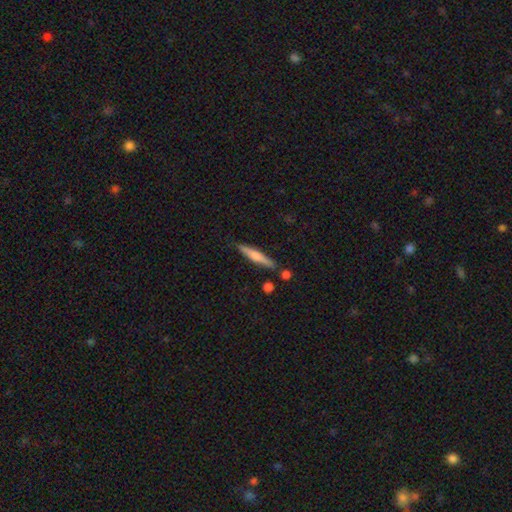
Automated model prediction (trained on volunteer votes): smooth-or-featured: smooth: 51% | featured or disk: 43% | star or artifact: 6%
  how-rounded: cigar-shaped: 90% | in between: 8% | round: 2%
  merging: none: 82% | minor disturbance: 11% | merger: 5% | major disturbance: 2%